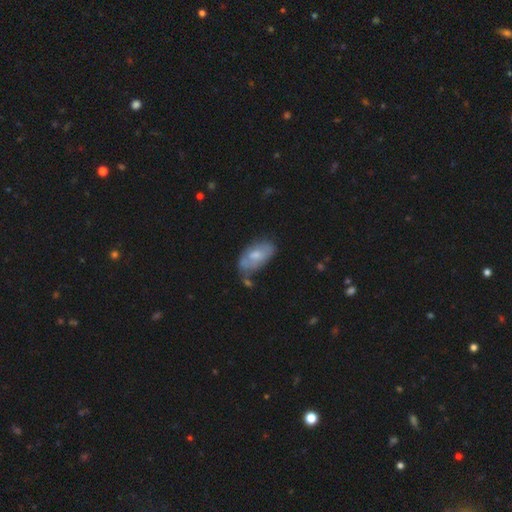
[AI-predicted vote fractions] A smooth galaxy with no disk features (59%) that is in between round and cigar-shaped (93%). Merging: none (48%).